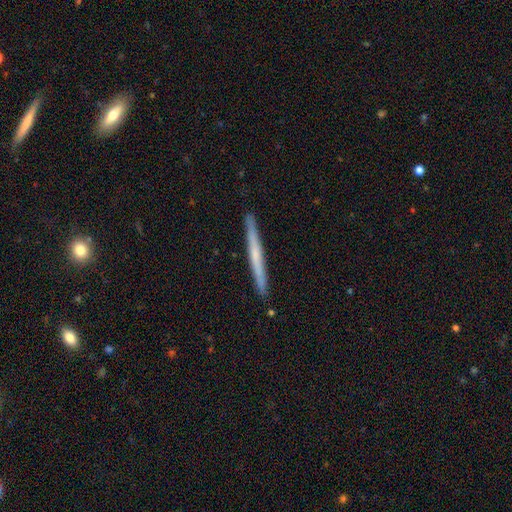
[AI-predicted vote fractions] Smooth or featured: smooth — 48% (featured or disk — 47%)
Merging: none — 92% (minor disturbance — 6%)